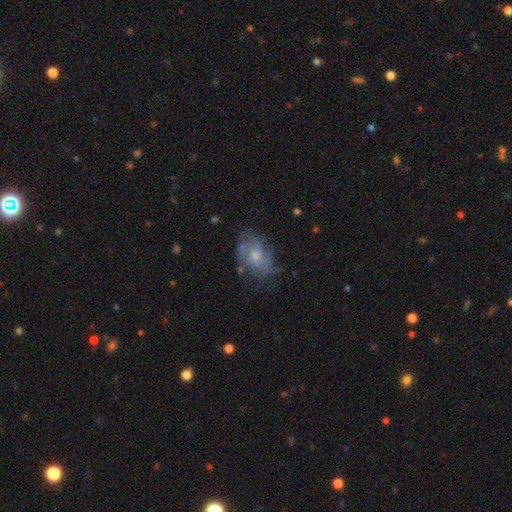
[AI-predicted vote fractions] Morphology: type=featured or disk (51%); edge-on=no (96%); merging=none (54%).